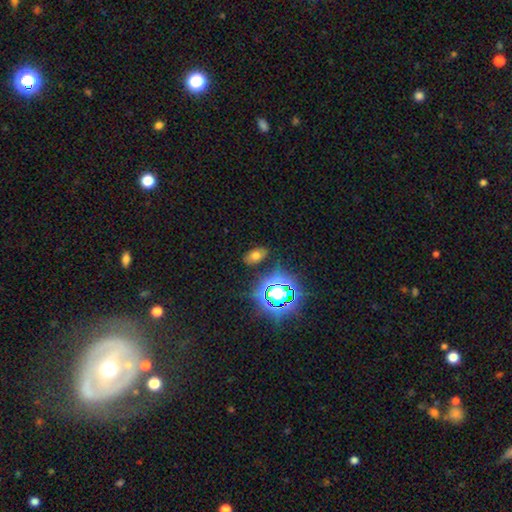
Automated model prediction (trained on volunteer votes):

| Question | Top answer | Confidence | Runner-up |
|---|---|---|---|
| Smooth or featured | smooth | 59% | star or artifact (27%) |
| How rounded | in between | 88% | round (9%) |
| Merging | none | 82% | minor disturbance (12%) |